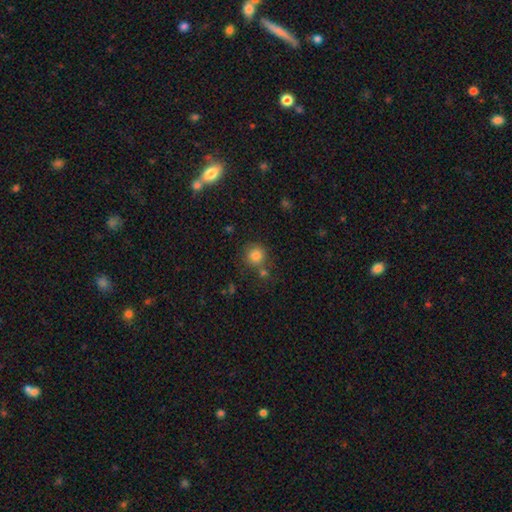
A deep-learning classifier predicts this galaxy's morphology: smooth 82%, star or artifact 11%, featured or disk 6%. Down the decision tree: how rounded — round (92%); merging — none (70%).